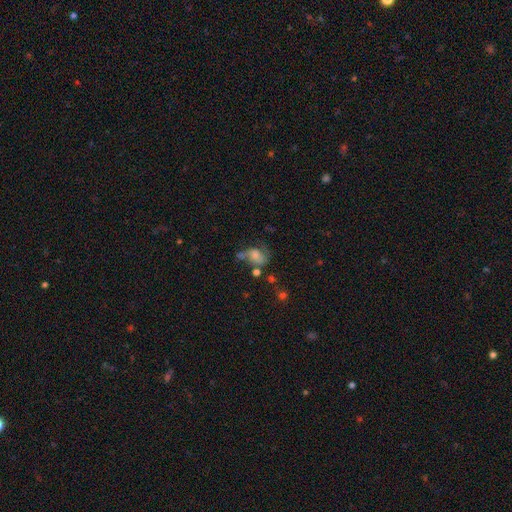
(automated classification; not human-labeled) A smooth galaxy with no disk features (46%).

Vote fractions:
- Smooth or featured? smooth: 46% / featured or disk: 42% / star or artifact: 12%
- Merging? none: 30% (tied) / major disturbance: 30% (tied) / minor disturbance: 24% / merger: 17%